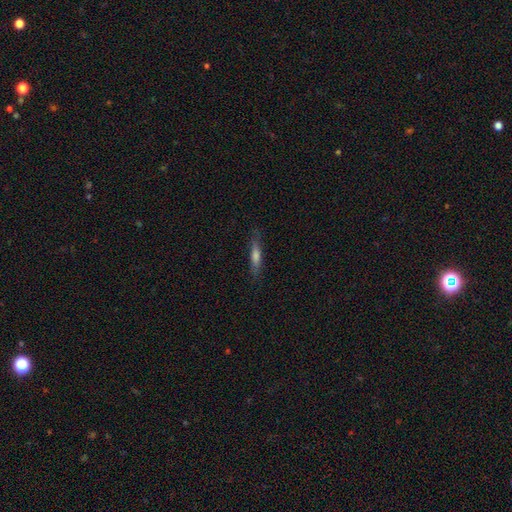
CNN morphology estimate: featured or disk 45%, smooth 44%, star or artifact 11%. Down the decision tree: merging — none (83%).